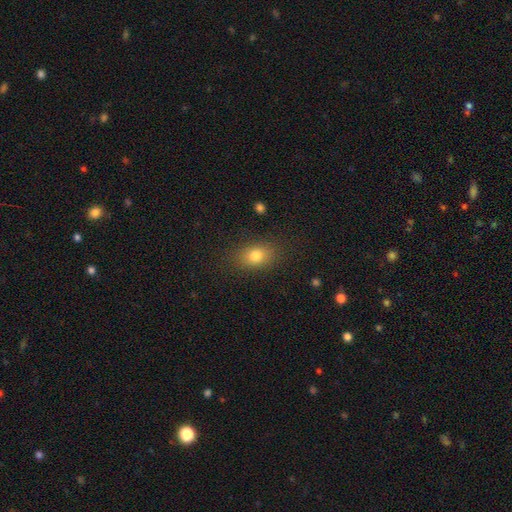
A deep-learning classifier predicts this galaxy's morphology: Smooth or featured?
  - smooth: 80% *
  - star or artifact: 11%
  - featured or disk: 10%
How rounded?
  - in between: 72% *
  - round: 26%
  - cigar-shaped: 2%
Merging?
  - none: 84% *
  - minor disturbance: 11%
  - major disturbance: 4%
  - merger: 1%